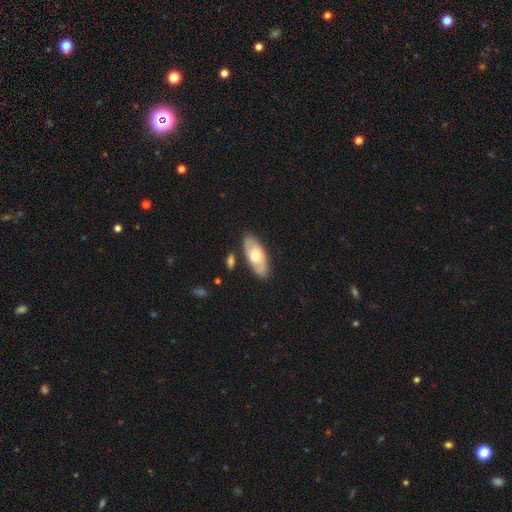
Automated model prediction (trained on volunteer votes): The model was most divided on "smooth or featured": smooth: 57%, featured or disk: 38%, star or artifact: 5%. More confident: how rounded — in between (86%); merging — none (81%).